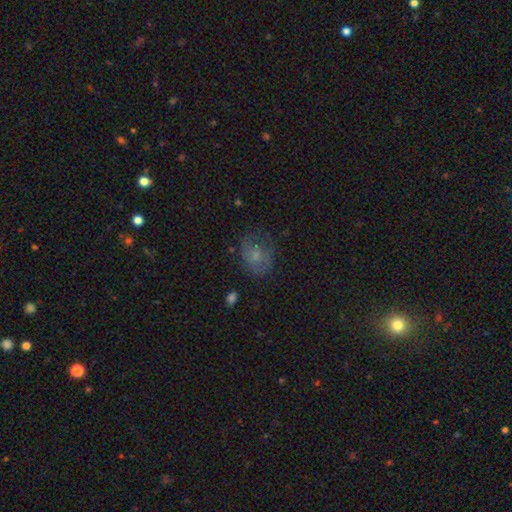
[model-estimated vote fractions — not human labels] The model was most divided on "how rounded": in between: 54%, round: 45%, cigar-shaped: 1%. More confident: smooth or featured — smooth (60%); merging — none (52%).